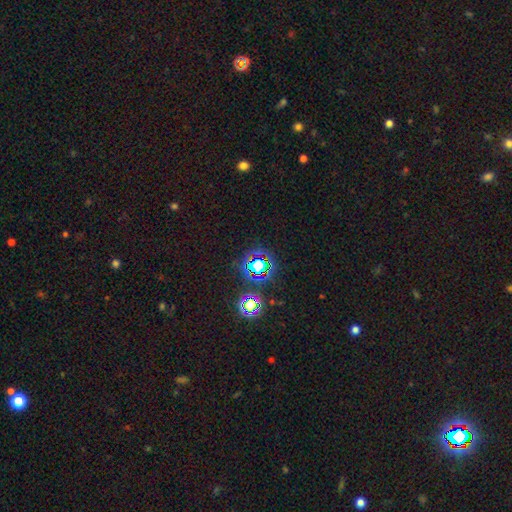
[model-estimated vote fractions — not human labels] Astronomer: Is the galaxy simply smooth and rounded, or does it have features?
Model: star or artifact — 78%.